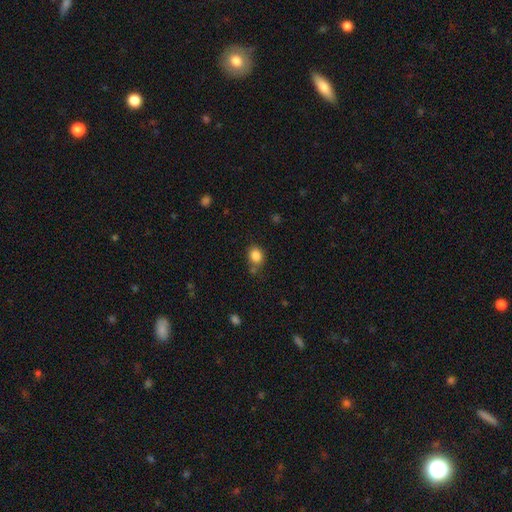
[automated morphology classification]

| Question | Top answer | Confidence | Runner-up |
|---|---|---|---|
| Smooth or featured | smooth | 85% | star or artifact (10%) |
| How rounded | round | 55% | in between (44%) |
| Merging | none | 69% | minor disturbance (17%) |